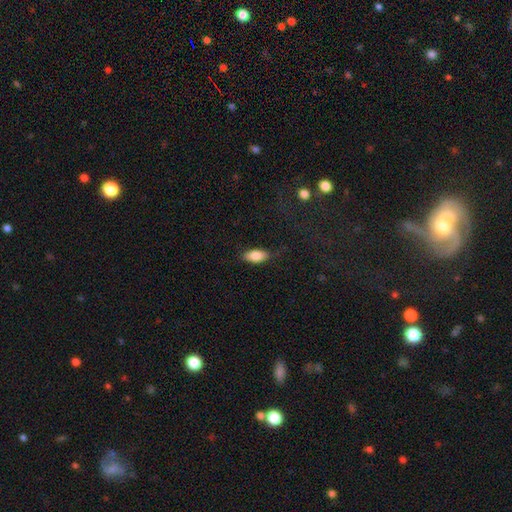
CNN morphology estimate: A smooth galaxy with no disk features (86%) that is in between round and cigar-shaped (90%).

Vote fractions:
- Smooth or featured? smooth: 86% / featured or disk: 8% / star or artifact: 7%
- How rounded? in between: 90% / cigar-shaped: 8% / round: 3%
- Merging? none: 79% / minor disturbance: 16% / major disturbance: 4% / merger: 1%